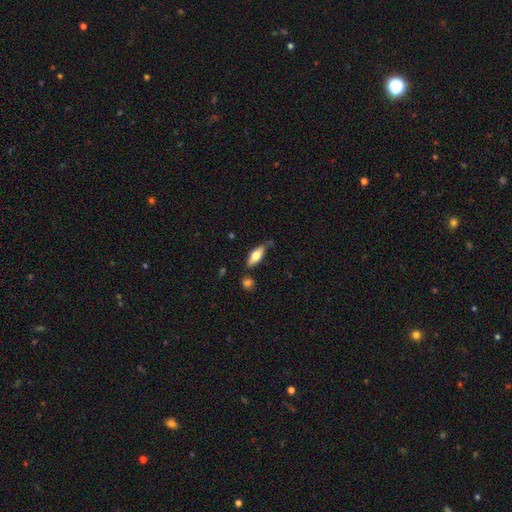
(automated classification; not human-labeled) Smooth or featured? smooth (65%)
How rounded? in between (67%)
Merging? none (67%)